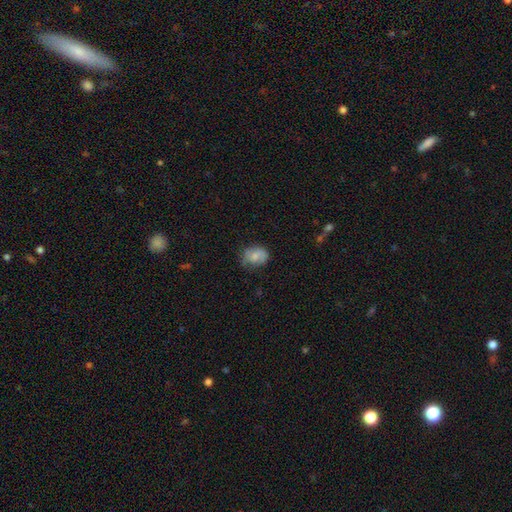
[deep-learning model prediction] Q: Smooth or featured?
A: smooth (62%); runner-up: featured or disk (29%)
Q: How rounded?
A: in between (55%); runner-up: round (44%)
Q: Merging?
A: none (61%); runner-up: minor disturbance (28%)